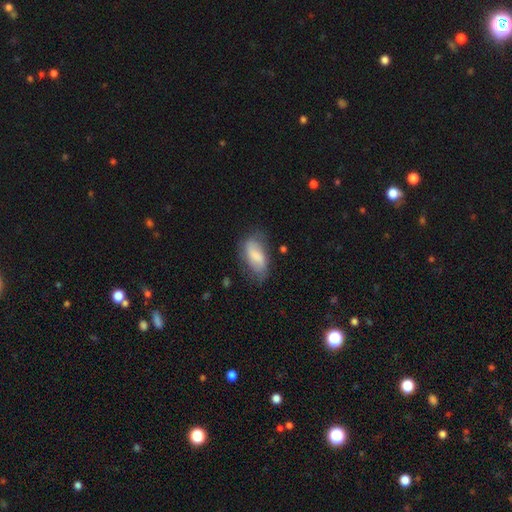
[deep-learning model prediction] Smooth or featured?
  - smooth: 61% *
  - featured or disk: 32%
  - star or artifact: 7%
How rounded?
  - in between: 90% *
  - cigar-shaped: 6%
  - round: 4%
Merging?
  - none: 59% *
  - minor disturbance: 28%
  - major disturbance: 11%
  - merger: 2%